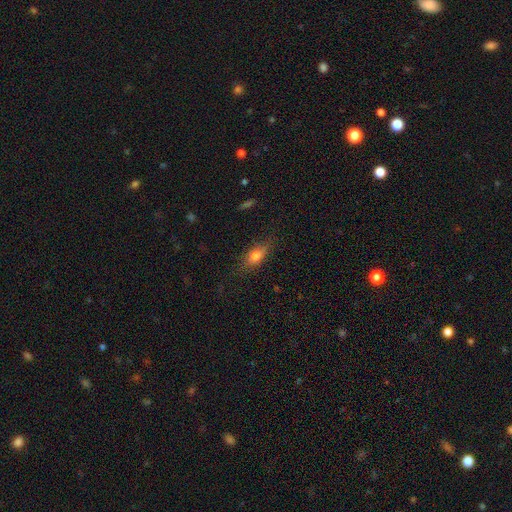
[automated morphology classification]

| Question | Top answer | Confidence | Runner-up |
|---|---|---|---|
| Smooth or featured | smooth | 73% | featured or disk (18%) |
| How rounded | in between | 76% | cigar-shaped (18%) |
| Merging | none | 73% | minor disturbance (19%) |